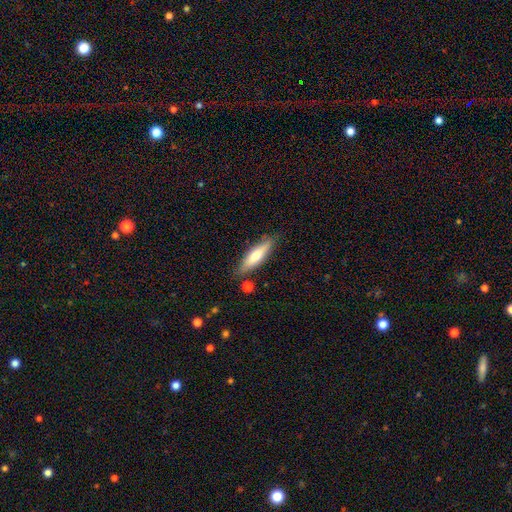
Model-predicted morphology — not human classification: Smooth or featured: smooth — 64% (featured or disk — 30%)
How rounded: cigar-shaped — 69% (in between — 29%)
Merging: none — 79% (minor disturbance — 14%)